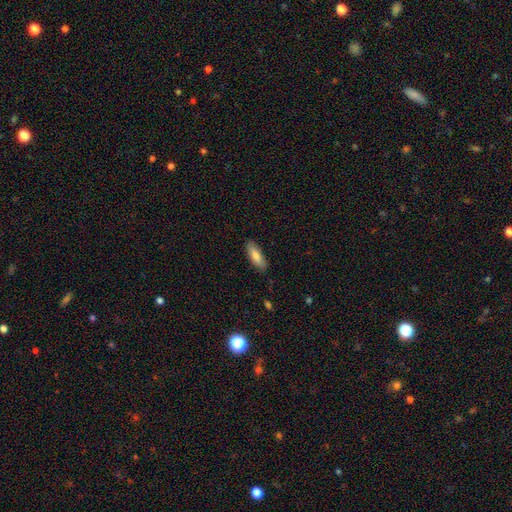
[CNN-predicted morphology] Smooth or featured: smooth — 76% (featured or disk — 18%)
How rounded: in between — 55% (cigar-shaped — 44%)
Merging: none — 86% (minor disturbance — 11%)